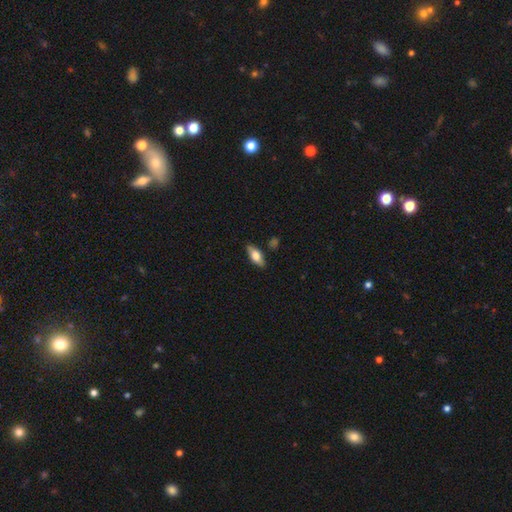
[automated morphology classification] smooth_or_featured: smooth (p=0.69) [alt: featured or disk p=0.25]
how_rounded: in between (p=0.79) [alt: cigar-shaped p=0.18]
merging: none (p=0.84) [alt: minor disturbance p=0.12]